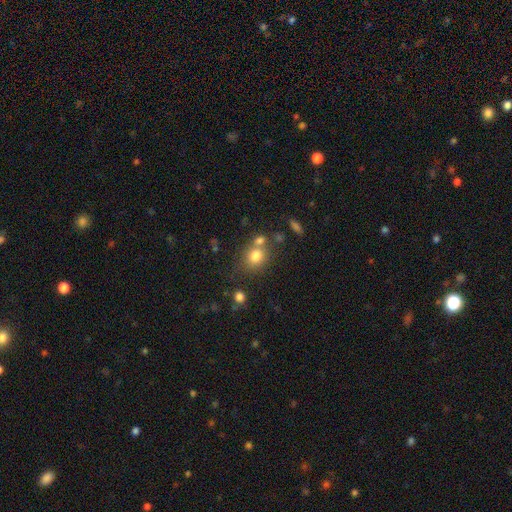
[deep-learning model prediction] Smooth or featured?
  - smooth: 78% *
  - star or artifact: 12%
  - featured or disk: 10%
How rounded?
  - round: 66% *
  - in between: 33%
  - cigar-shaped: 1%
Merging?
  - none: 57% *
  - merger: 25%
  - minor disturbance: 13%
  - major disturbance: 5%